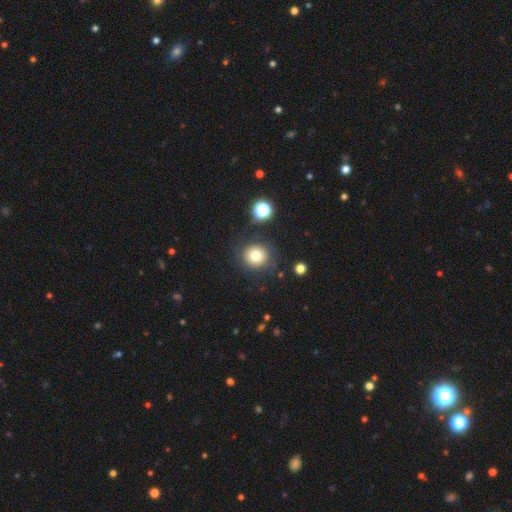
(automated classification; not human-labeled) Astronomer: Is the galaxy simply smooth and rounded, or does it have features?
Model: smooth — 77%.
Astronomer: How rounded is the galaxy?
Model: round — 90%.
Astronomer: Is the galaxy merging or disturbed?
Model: none — 81%.